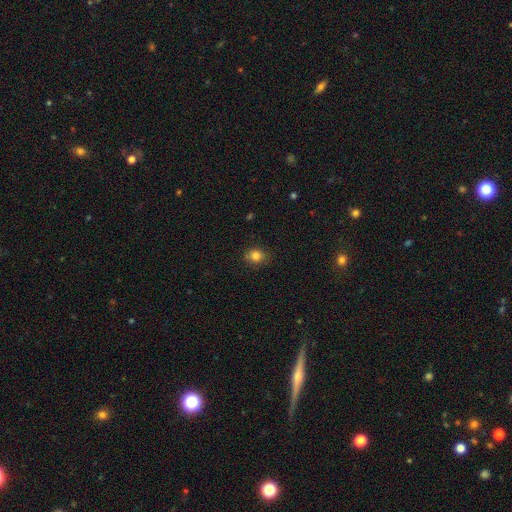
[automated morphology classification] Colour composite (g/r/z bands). It shows a smooth galaxy with no disk features (82%) that is round (64%). Merging: none (84%).